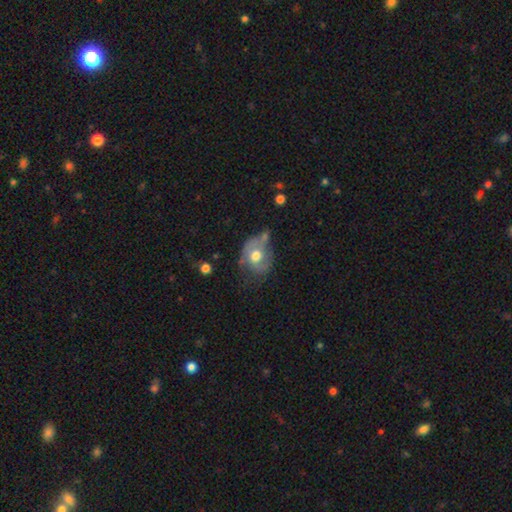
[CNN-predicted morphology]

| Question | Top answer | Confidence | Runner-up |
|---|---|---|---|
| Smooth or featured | featured or disk | 48% | smooth (44%) |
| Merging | none | 36% | minor disturbance (32%) |